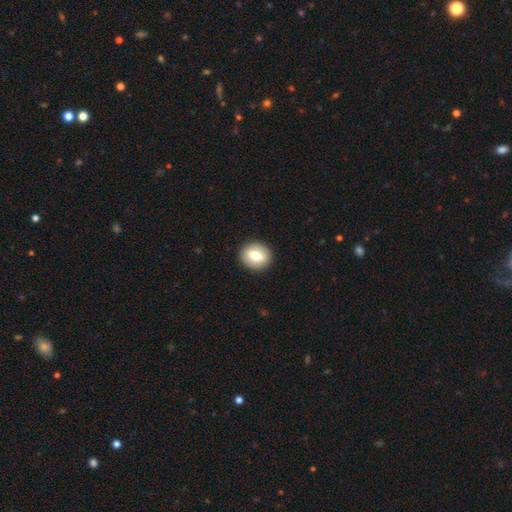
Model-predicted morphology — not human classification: Smooth or featured?
  - smooth: 73% *
  - featured or disk: 19%
  - star or artifact: 7%
How rounded?
  - round: 72% *
  - in between: 27%
  - cigar-shaped: 1%
Merging?
  - none: 91% *
  - minor disturbance: 6%
  - major disturbance: 2%
  - merger: 1%